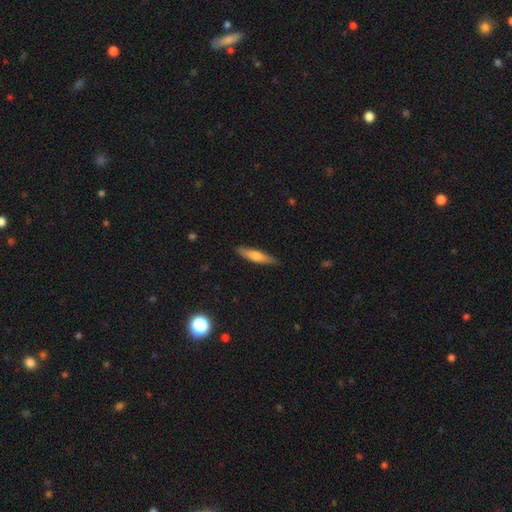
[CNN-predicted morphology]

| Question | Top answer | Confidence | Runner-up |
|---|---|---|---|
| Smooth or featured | smooth | 62% | featured or disk (33%) |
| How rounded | cigar-shaped | 81% | in between (17%) |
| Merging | none | 87% | minor disturbance (10%) |